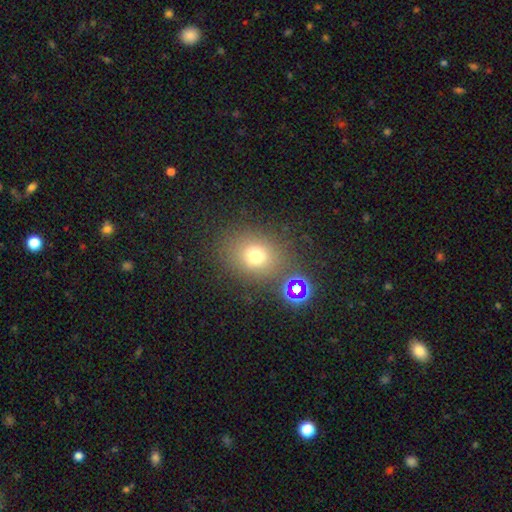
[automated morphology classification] Smooth or featured? Predicted: smooth (p=0.70). How rounded? Predicted: round (p=0.67). Merging? Predicted: none (p=0.76).